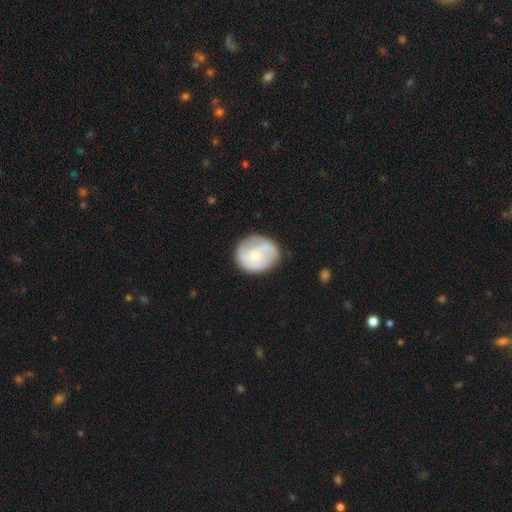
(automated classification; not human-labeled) Smooth or featured: featured or disk — 48% (smooth — 46%)
Merging: none — 73% (minor disturbance — 19%)